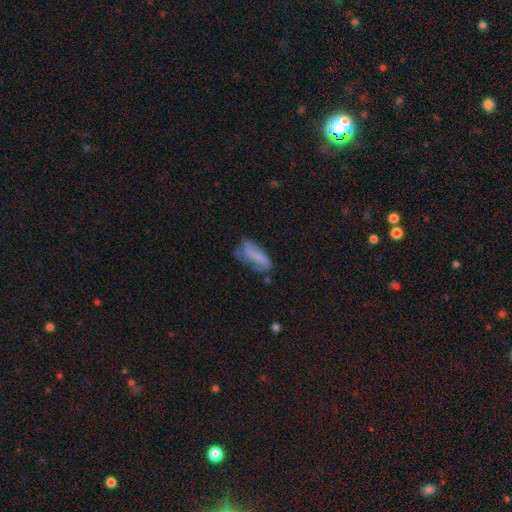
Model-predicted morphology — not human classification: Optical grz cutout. It shows a smooth galaxy with no disk features (50%). Merging: none (42%).